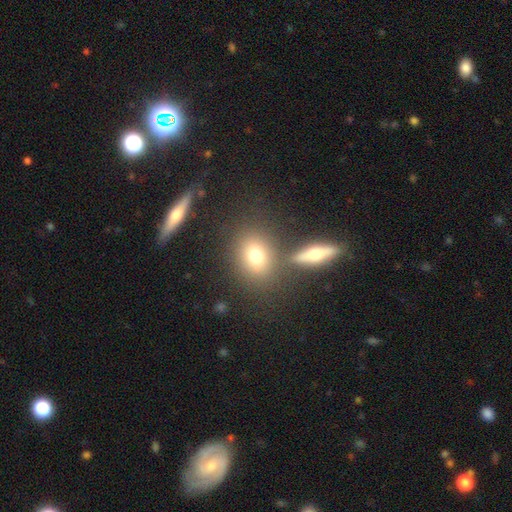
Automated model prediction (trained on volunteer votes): This is likely a smooth galaxy (72%). How rounded: possibly in between (50%). Merging: likely none (71%).